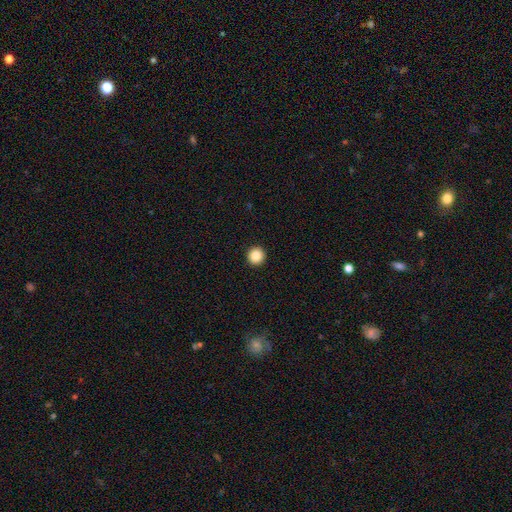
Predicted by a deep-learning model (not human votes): smooth_or_featured: smooth (p=0.86) [alt: star or artifact p=0.10]
how_rounded: round (p=0.96) [alt: in between p=0.03]
merging: none (p=0.94) [alt: minor disturbance p=0.03]